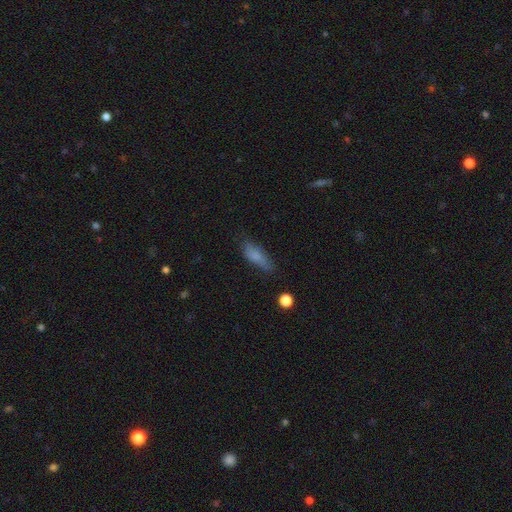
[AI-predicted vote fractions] This is likely a smooth galaxy (76%). How rounded: possibly in between (58%). Merging: likely none (63%).